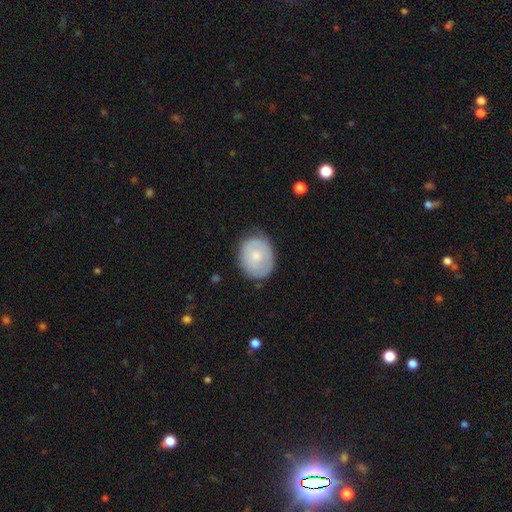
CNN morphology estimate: Q: Smooth or featured?
A: smooth (62%); runner-up: featured or disk (32%)
Q: How rounded?
A: in between (51%); runner-up: round (48%)
Q: Merging?
A: none (76%); runner-up: minor disturbance (19%)